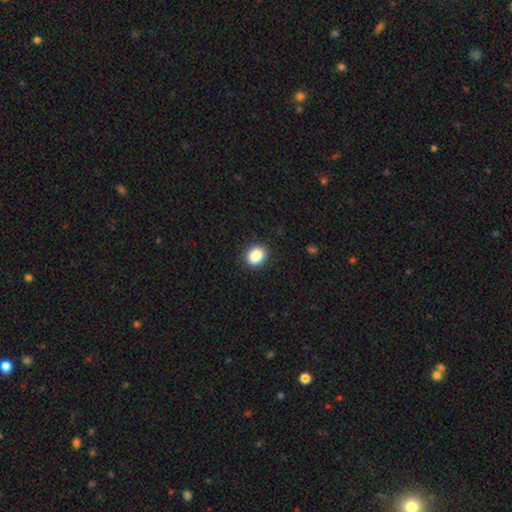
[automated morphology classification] Q: Smooth or featured?
A: smooth (88%); runner-up: star or artifact (9%)
Q: How rounded?
A: round (52%); runner-up: in between (47%)
Q: Merging?
A: none (90%); runner-up: minor disturbance (7%)